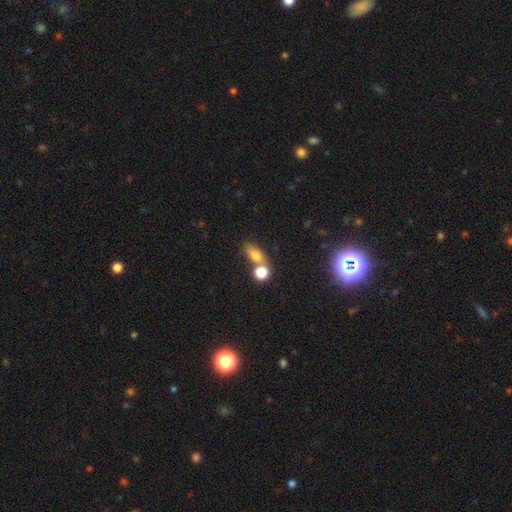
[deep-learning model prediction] A smooth galaxy with no disk features (75%) that is in between round and cigar-shaped (66%).

Vote fractions:
- Smooth or featured? smooth: 75% / star or artifact: 13% / featured or disk: 12%
- How rounded? in between: 66% / round: 24% / cigar-shaped: 10%
- Merging? none: 44% / merger: 39% / minor disturbance: 11% / major disturbance: 6%